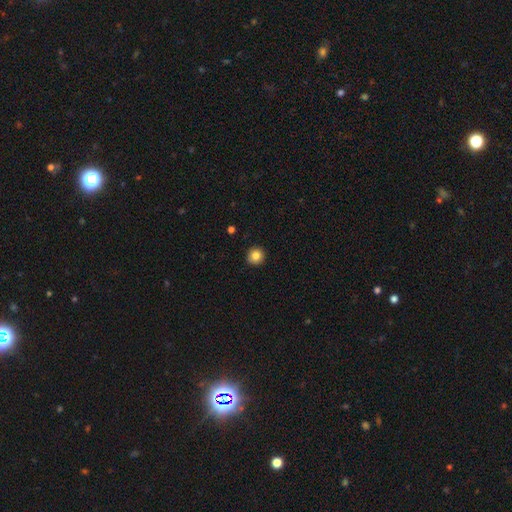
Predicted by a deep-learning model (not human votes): Q: Smooth or featured?
A: smooth (83%); runner-up: star or artifact (10%)
Q: How rounded?
A: round (94%); runner-up: in between (5%)
Q: Merging?
A: none (92%); runner-up: minor disturbance (5%)